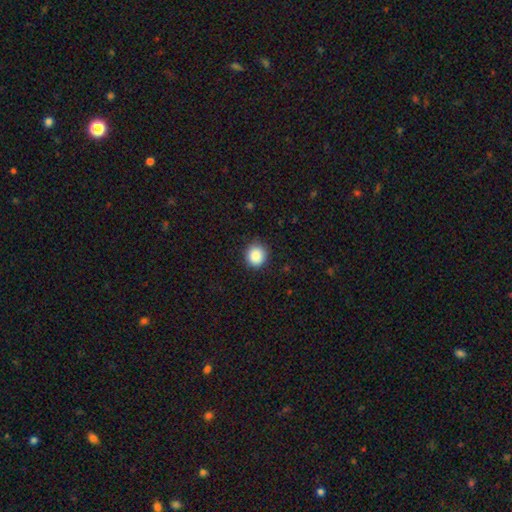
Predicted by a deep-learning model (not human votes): The model was most divided on "smooth or featured": smooth: 88%, star or artifact: 9%, featured or disk: 3%. More confident: how rounded — round (91%); merging — none (89%).